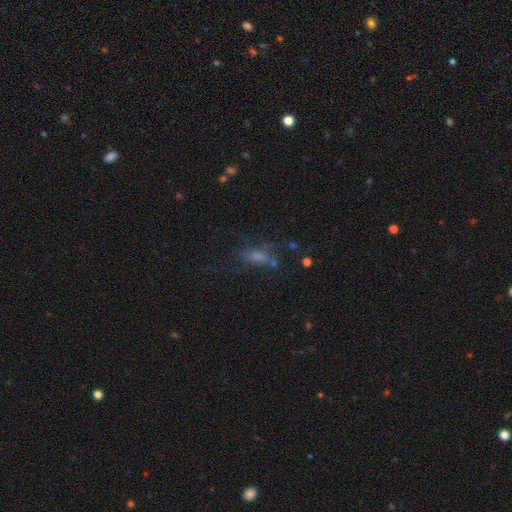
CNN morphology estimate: type=smooth (46%); merging=none (48%).